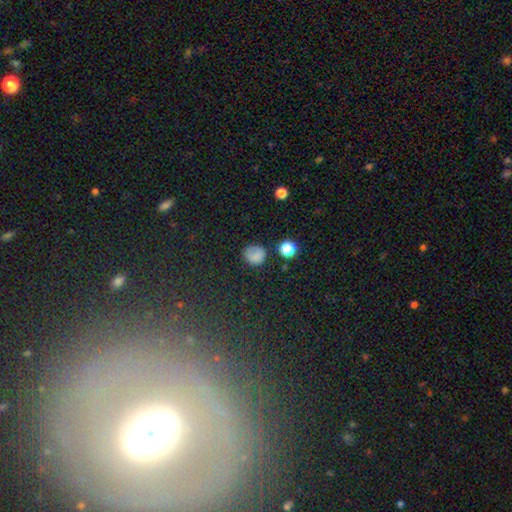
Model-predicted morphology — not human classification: This appears to be a smooth galaxy with no disk features (76%) that is round (82%). Merging: none (74%).